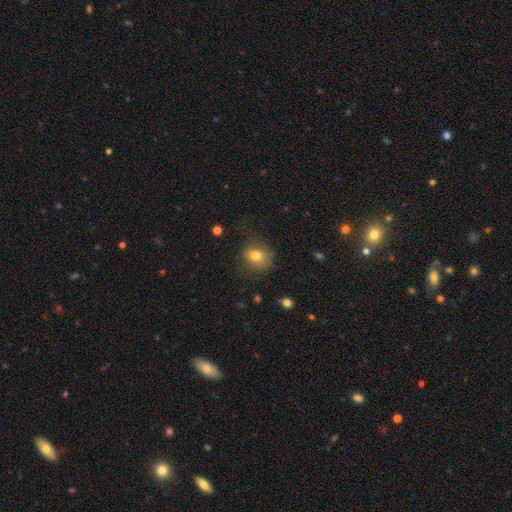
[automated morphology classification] Smooth or featured? Predicted: smooth (p=0.76). How rounded? Predicted: round (p=0.63). Merging? Predicted: none (p=0.67).